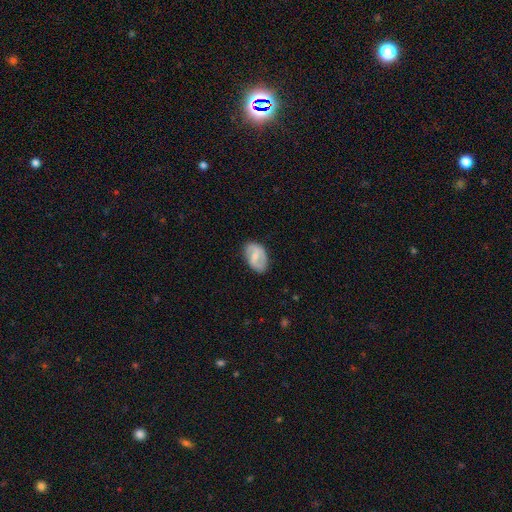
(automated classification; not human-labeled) Smooth or featured? smooth (48%)
Merging? none (73%)